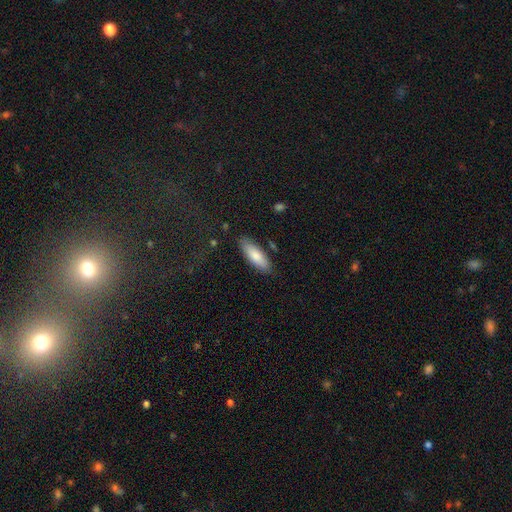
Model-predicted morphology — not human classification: This appears to be a smooth galaxy with no disk features (82%) that is in between round and cigar-shaped (60%). Merging: none (84%).